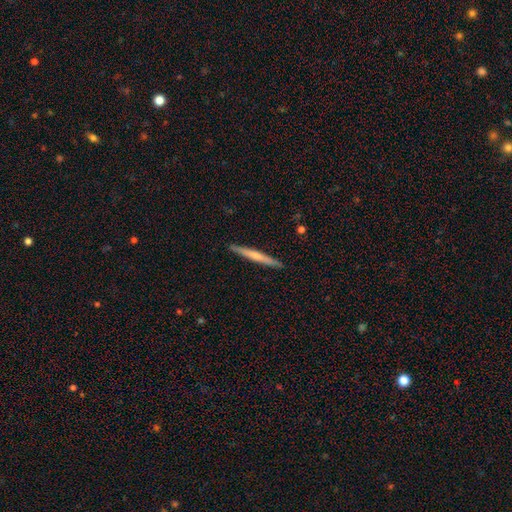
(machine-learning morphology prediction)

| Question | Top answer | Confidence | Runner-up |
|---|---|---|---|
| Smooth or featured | smooth | 49% | featured or disk (45%) |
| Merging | none | 92% | minor disturbance (6%) |